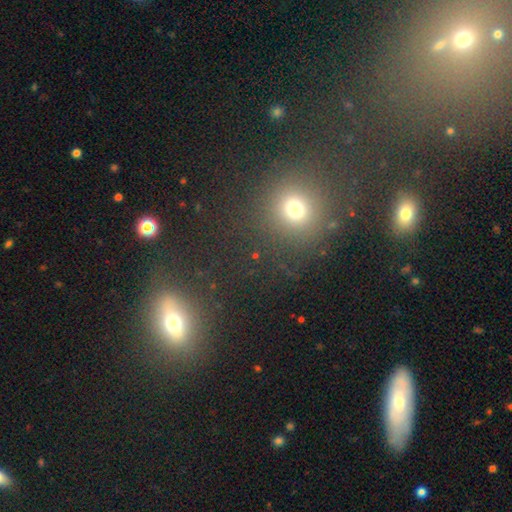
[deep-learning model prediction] Overall: smooth (56%; star or artifact 34%). How rounded: round (85%). Merging: none (82%).